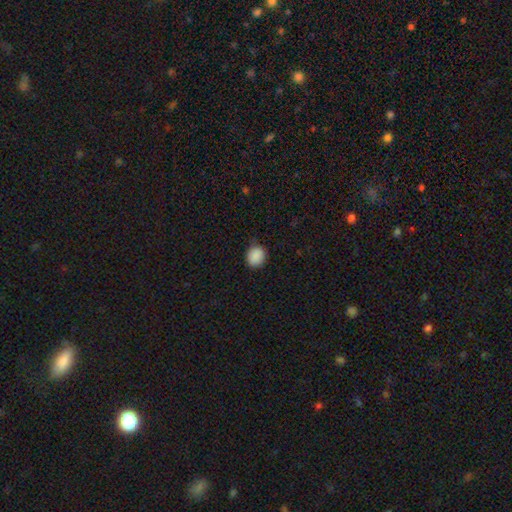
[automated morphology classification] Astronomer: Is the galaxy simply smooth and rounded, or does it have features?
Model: smooth — 89%.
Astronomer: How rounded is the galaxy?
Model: round — 73%.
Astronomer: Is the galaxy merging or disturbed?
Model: none — 79%.